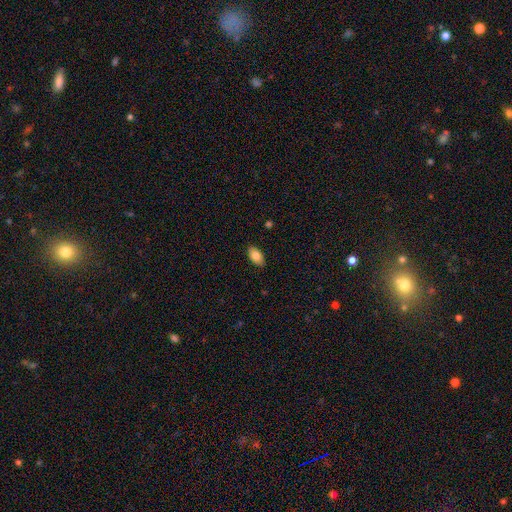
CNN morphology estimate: Smooth or featured?
  - smooth: 83% *
  - featured or disk: 9%
  - star or artifact: 7%
How rounded?
  - in between: 93% *
  - round: 4%
  - cigar-shaped: 3%
Merging?
  - none: 87% *
  - minor disturbance: 10%
  - major disturbance: 2%
  - merger: 1%